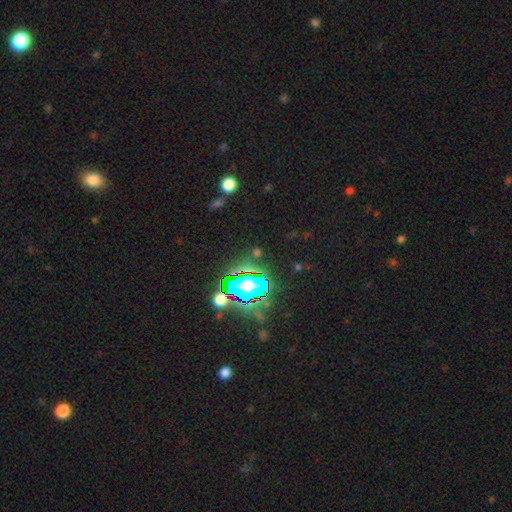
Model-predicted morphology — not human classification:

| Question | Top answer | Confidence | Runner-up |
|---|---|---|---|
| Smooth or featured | star or artifact | 73% | smooth (17%) |